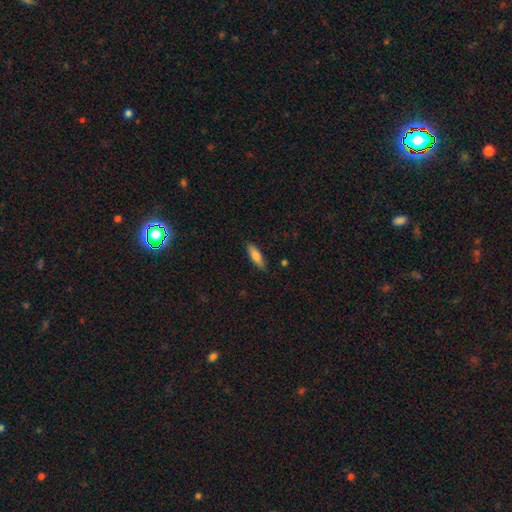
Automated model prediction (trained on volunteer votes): Q: Smooth or featured?
A: smooth (79%); runner-up: featured or disk (14%)
Q: How rounded?
A: in between (49%); tied with: cigar-shaped (49%)
Q: Merging?
A: none (84%); runner-up: minor disturbance (12%)